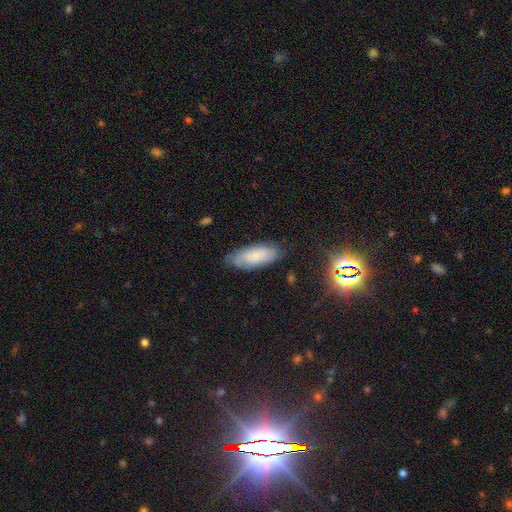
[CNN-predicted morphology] type=smooth (65%); roundness=in between (76%); merging=none (74%).